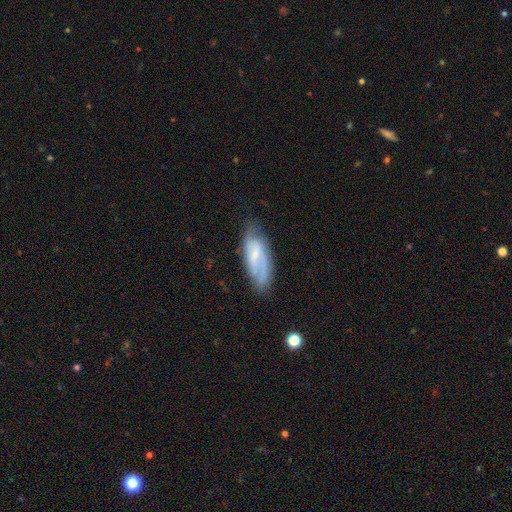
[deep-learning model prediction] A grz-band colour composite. It shows a featured or disk galaxy (60%) with a weak bar (44%), spiral arms (80%) and a small central bulge (54%). Merging: none (62%).